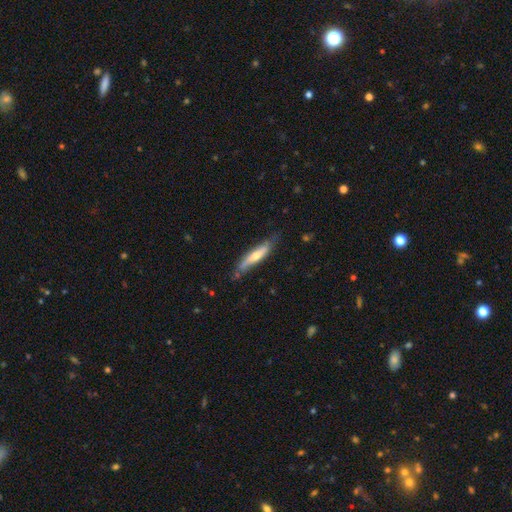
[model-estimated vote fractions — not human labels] This is possibly a featured or disk galaxy (48%). Merging: likely none (69%).